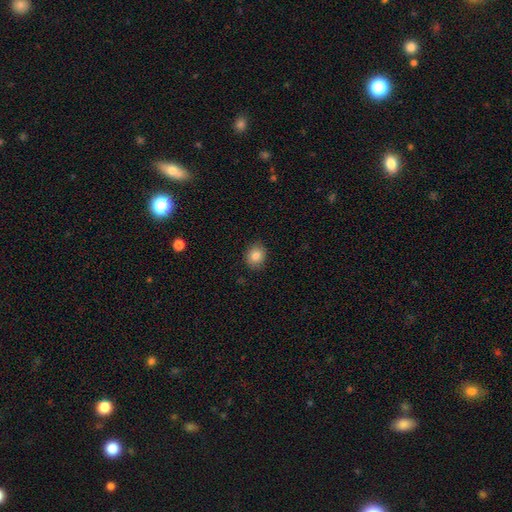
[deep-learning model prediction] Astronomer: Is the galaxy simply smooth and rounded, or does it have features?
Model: smooth — 83%.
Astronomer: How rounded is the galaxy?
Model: round — 70%.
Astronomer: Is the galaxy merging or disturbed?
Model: none — 88%.